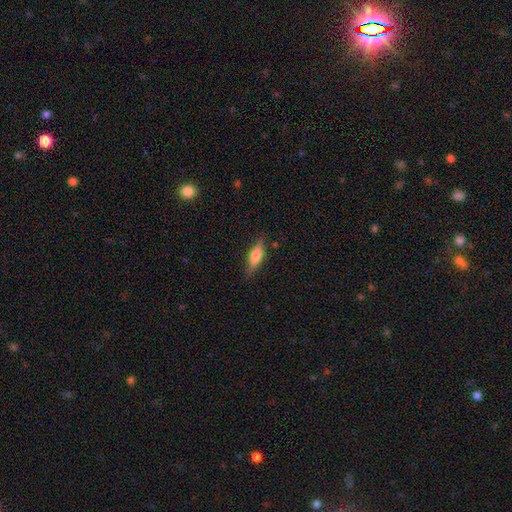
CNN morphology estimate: type=smooth (63%); roundness=in between (54%); merging=none (81%).